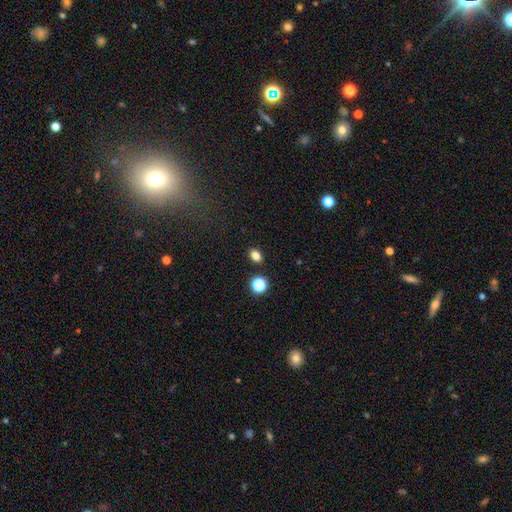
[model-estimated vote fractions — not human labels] Smooth or featured?
  - smooth: 81% *
  - star or artifact: 14%
  - featured or disk: 5%
How rounded?
  - in between: 72% *
  - round: 27%
  - cigar-shaped: 2%
Merging?
  - none: 86% *
  - minor disturbance: 8%
  - merger: 4%
  - major disturbance: 2%